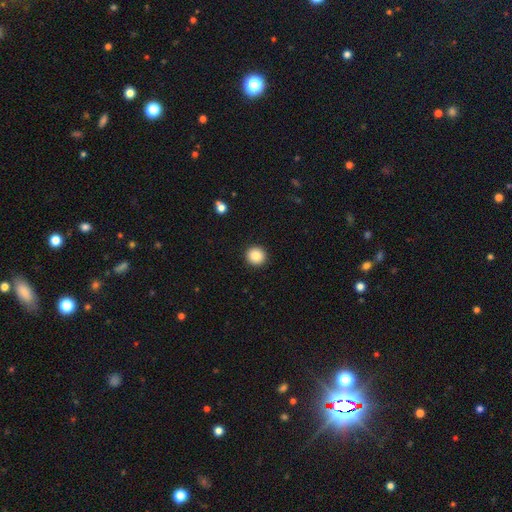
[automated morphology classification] type=smooth (86%); roundness=round (94%); merging=none (93%).